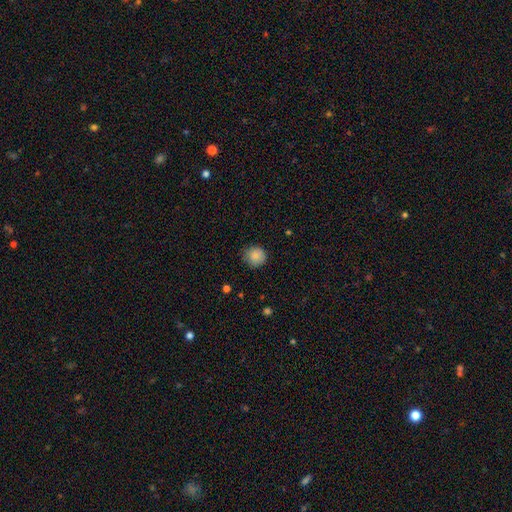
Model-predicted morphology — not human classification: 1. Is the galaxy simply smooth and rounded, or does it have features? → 86% smooth, 8% star or artifact, 6% featured or disk.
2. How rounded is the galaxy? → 90% round, 9% in between, 1% cigar-shaped.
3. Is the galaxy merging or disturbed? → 80% none, 16% minor disturbance, 3% major disturbance, 1% merger.